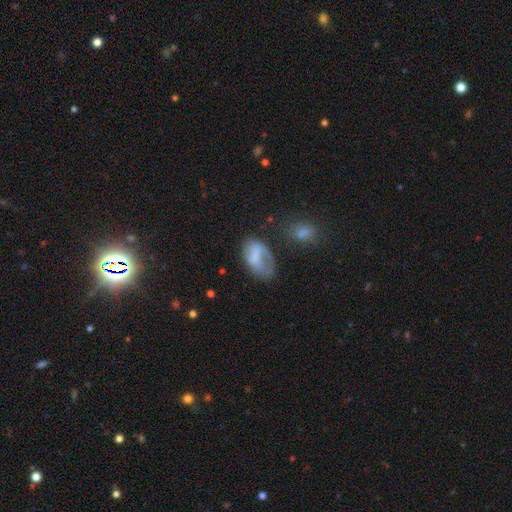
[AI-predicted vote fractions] A smooth galaxy with no disk features (61%) that is in between round and cigar-shaped (90%).

Vote fractions:
- Smooth or featured? smooth: 61% / featured or disk: 30% / star or artifact: 9%
- How rounded? in between: 90% / round: 8% / cigar-shaped: 2%
- Merging? none: 37% / minor disturbance: 29% / major disturbance: 28% / merger: 6%